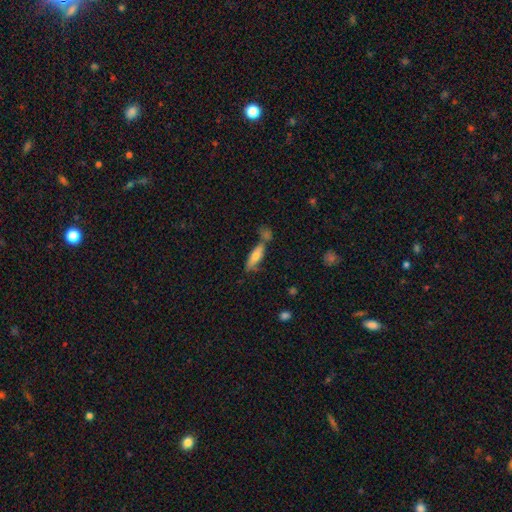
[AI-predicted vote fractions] smooth-or-featured: smooth: 66% | featured or disk: 27% | star or artifact: 7%
  how-rounded: cigar-shaped: 58% | in between: 40% | round: 2%
  merging: none: 57% | merger: 22% | minor disturbance: 16% | major disturbance: 5%